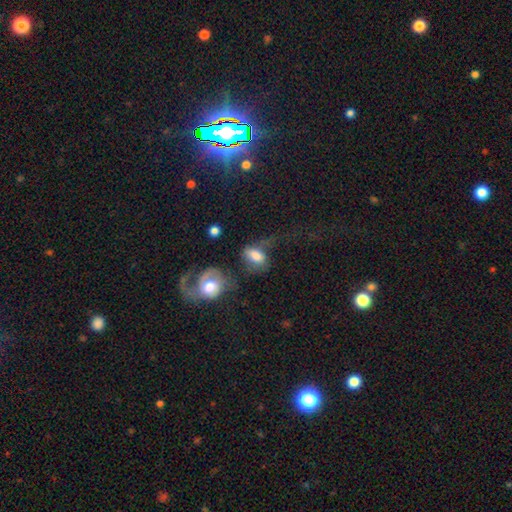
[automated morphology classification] smooth 67%, featured or disk 24%, star or artifact 9%. Down the decision tree: how rounded — in between (85%); merging — major disturbance (32%).